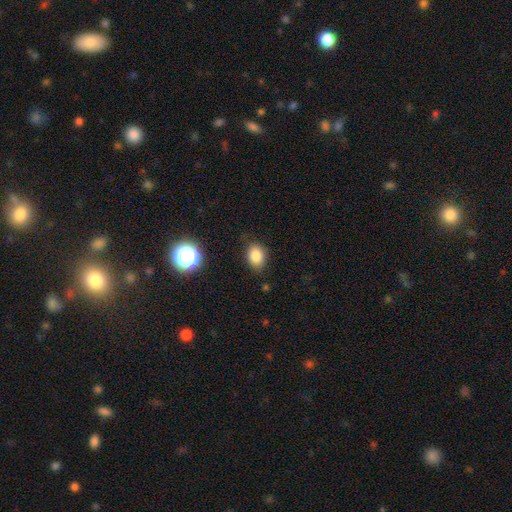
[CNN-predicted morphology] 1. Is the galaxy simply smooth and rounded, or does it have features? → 83% smooth, 11% star or artifact, 6% featured or disk.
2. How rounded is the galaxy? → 64% in between, 35% round, 1% cigar-shaped.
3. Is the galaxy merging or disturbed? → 84% none, 12% minor disturbance, 3% major disturbance, 1% merger.